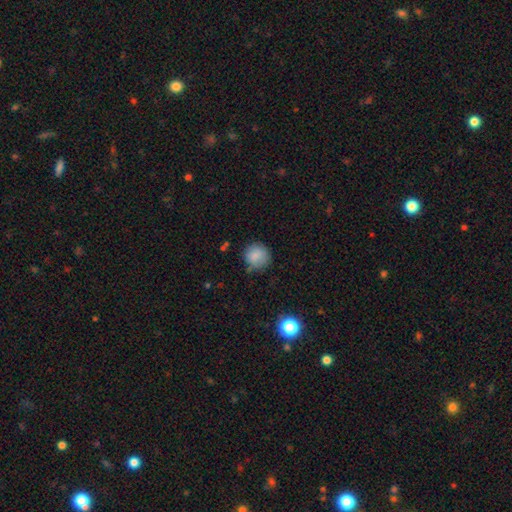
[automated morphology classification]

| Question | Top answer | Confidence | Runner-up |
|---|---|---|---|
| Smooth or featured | smooth | 86% | star or artifact (9%) |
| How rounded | round | 91% | in between (8%) |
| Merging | none | 77% | minor disturbance (17%) |